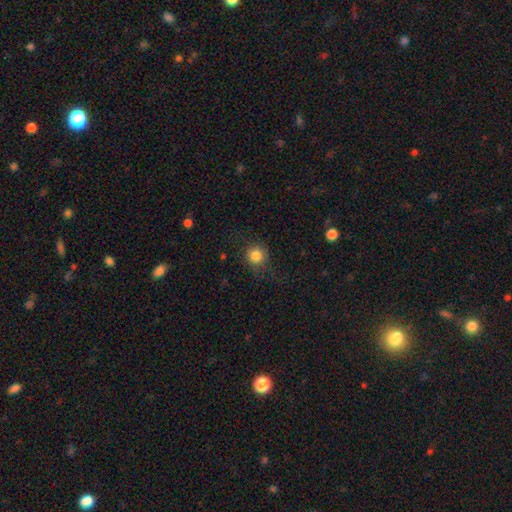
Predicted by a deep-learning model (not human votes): Morphology: type=smooth (83%); roundness=round (91%); merging=none (77%).